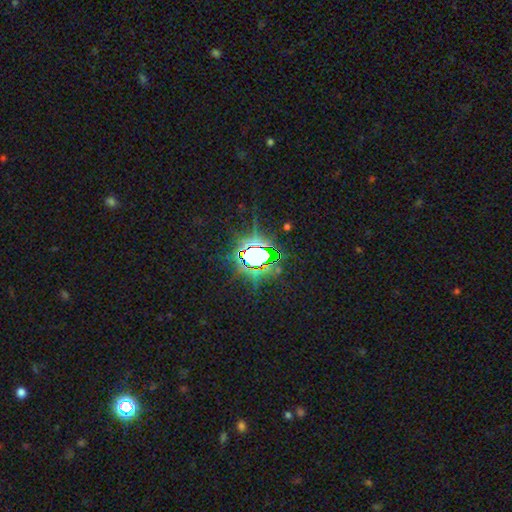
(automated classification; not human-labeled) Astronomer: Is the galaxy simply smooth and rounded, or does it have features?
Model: star or artifact — 79%.